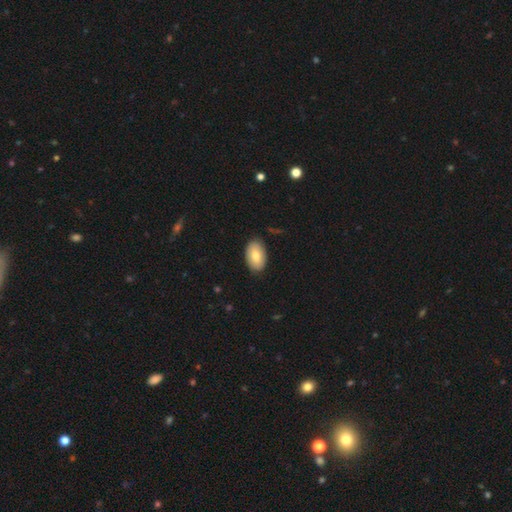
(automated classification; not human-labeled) Morphology: type=smooth (78%); roundness=in between (94%); merging=none (86%).